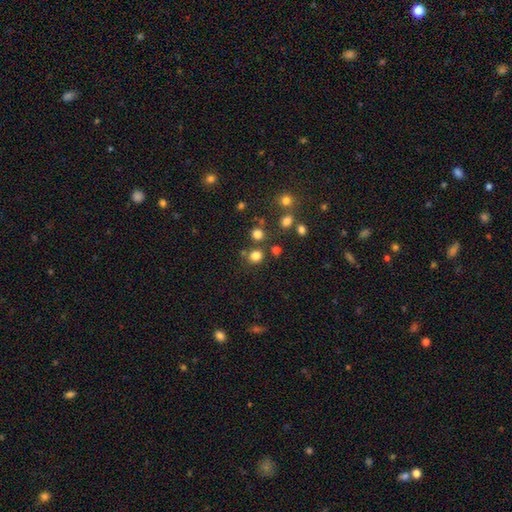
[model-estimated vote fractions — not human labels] Smooth or featured?
  - smooth: 77% *
  - star or artifact: 18%
  - featured or disk: 5%
How rounded?
  - round: 89% *
  - in between: 10%
  - cigar-shaped: 1%
Merging?
  - none: 77% *
  - merger: 12%
  - minor disturbance: 8%
  - major disturbance: 4%